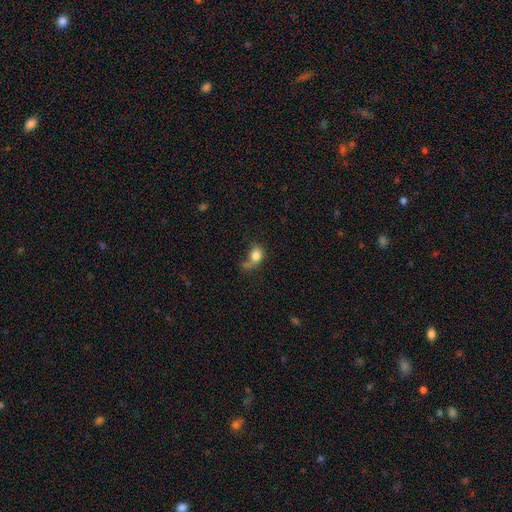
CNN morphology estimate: Smooth or featured: smooth — 80% (featured or disk — 11%)
How rounded: in between — 61% (round — 38%)
Merging: none — 33% (minor disturbance — 23%)